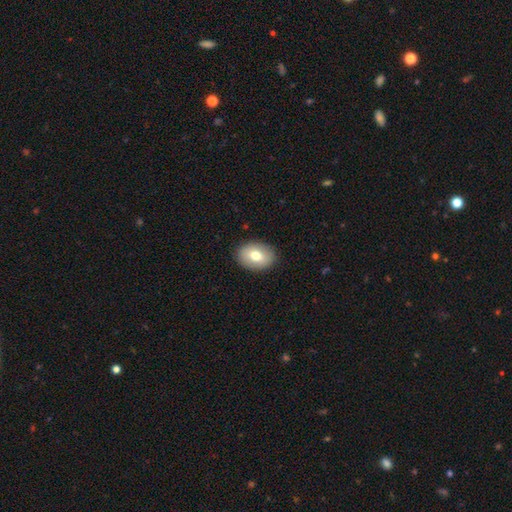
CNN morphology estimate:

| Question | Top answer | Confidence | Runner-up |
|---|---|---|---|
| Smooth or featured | smooth | 74% | featured or disk (19%) |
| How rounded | in between | 71% | round (28%) |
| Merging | none | 89% | minor disturbance (8%) |